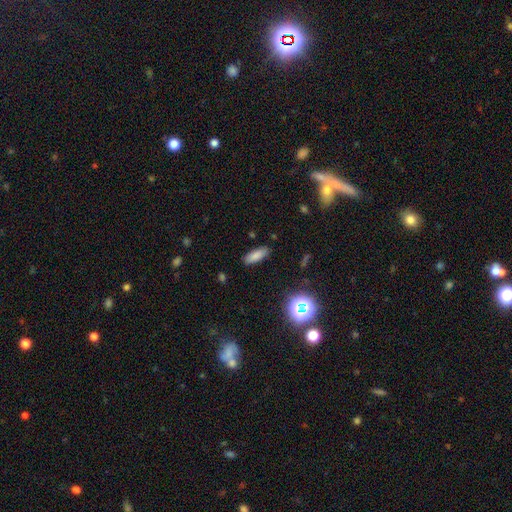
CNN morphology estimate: This appears to be a smooth galaxy with no disk features (82%) that is in between round and cigar-shaped (69%). Merging: none (86%).